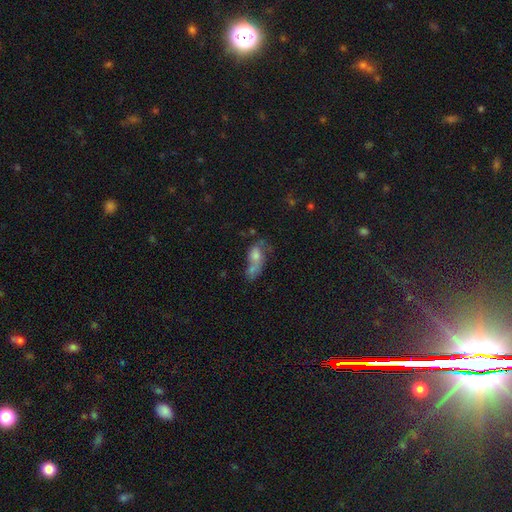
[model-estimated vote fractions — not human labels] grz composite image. It shows a smooth galaxy with no disk features (54%) that is in between round and cigar-shaped (76%). Merging: merger (47%).